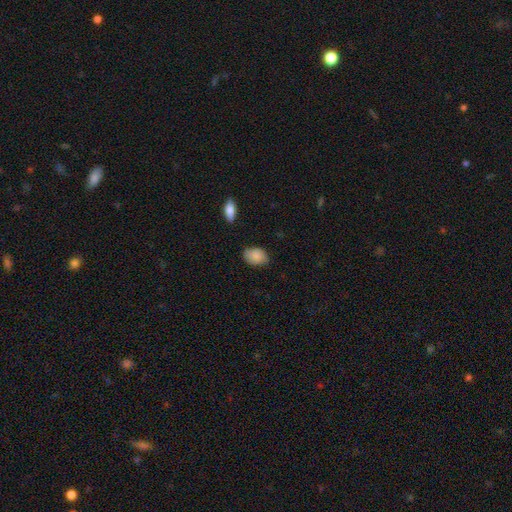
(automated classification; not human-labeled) smooth-or-featured: smooth: 87% | star or artifact: 7% | featured or disk: 6%
  how-rounded: in between: 80% | round: 19% | cigar-shaped: 1%
  merging: none: 75% | minor disturbance: 20% | major disturbance: 4% | merger: 2%